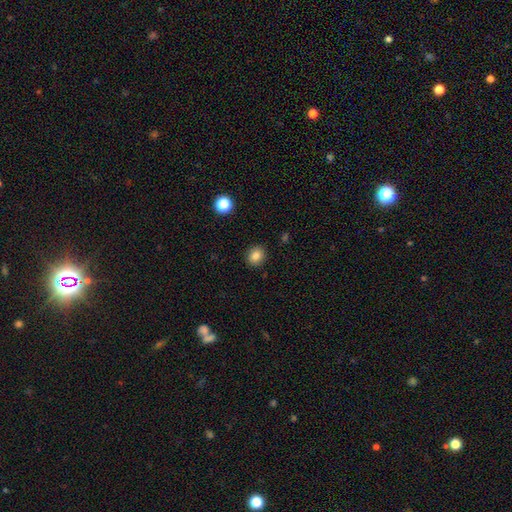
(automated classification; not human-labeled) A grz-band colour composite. It shows a smooth galaxy with no disk features (84%) that is round (75%). Merging: none (90%).